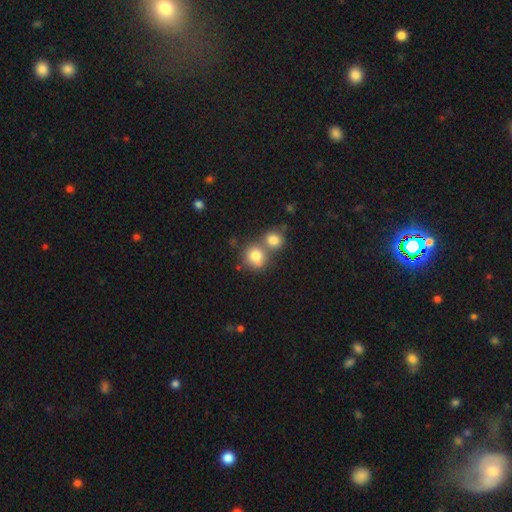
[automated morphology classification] A smooth galaxy with no disk features (78%) that is round (84%). Merging: merger (48%).